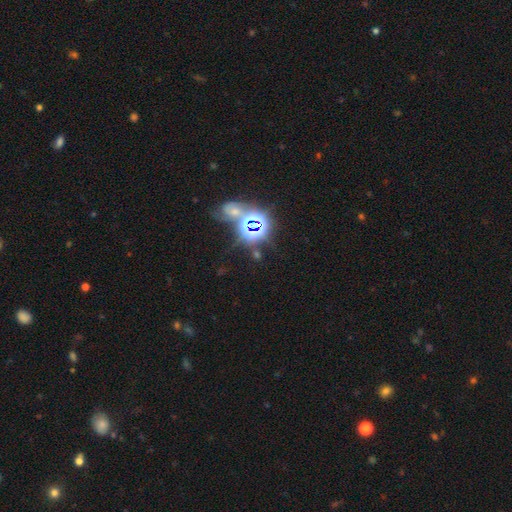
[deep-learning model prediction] star or artifact 77%, smooth 13%, featured or disk 10%.